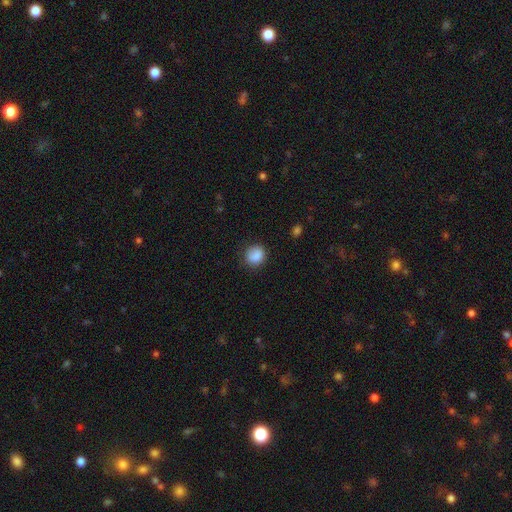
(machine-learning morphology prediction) Smooth or featured? Predicted: smooth (p=0.86). How rounded? Predicted: round (p=0.75). Merging? Predicted: none (p=0.80).